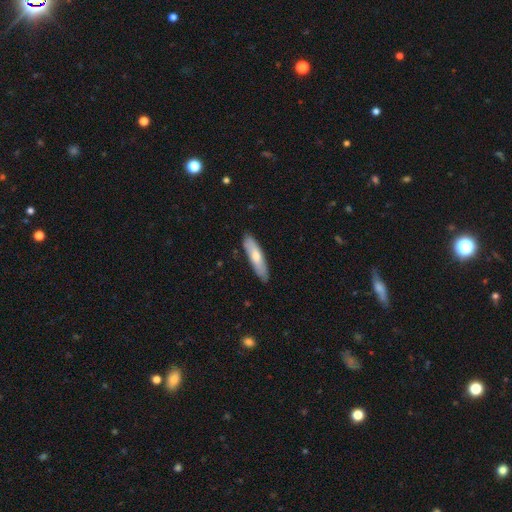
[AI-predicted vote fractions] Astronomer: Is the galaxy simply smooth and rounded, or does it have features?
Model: smooth — 64%.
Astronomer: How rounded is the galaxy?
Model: cigar-shaped — 75%.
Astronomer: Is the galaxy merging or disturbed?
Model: none — 85%.